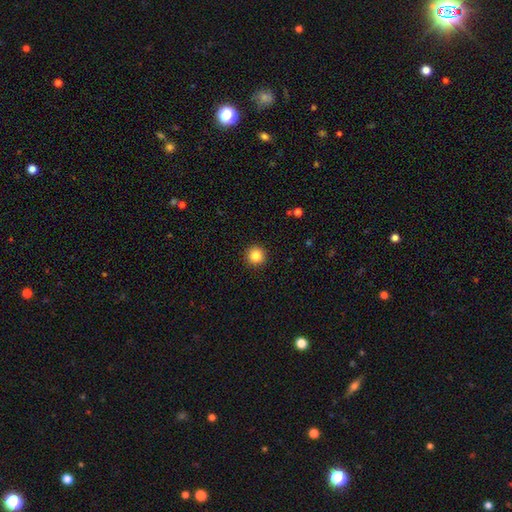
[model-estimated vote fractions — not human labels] The model was most divided on "smooth or featured": smooth: 85%, star or artifact: 11%, featured or disk: 5%. More confident: how rounded — round (95%); merging — none (92%).